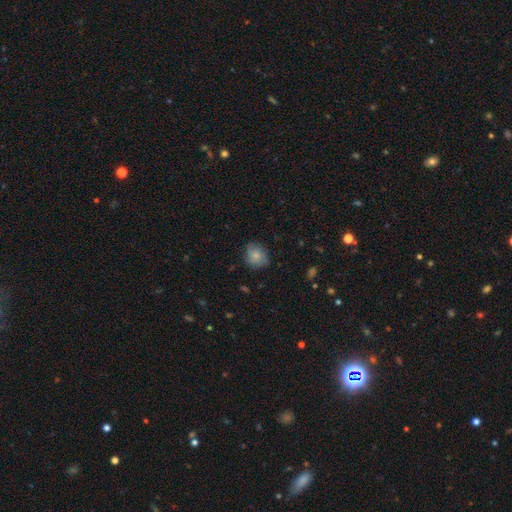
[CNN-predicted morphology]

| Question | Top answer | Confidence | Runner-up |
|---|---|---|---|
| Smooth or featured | smooth | 75% | featured or disk (17%) |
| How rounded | round | 69% | in between (30%) |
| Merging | none | 70% | minor disturbance (24%) |